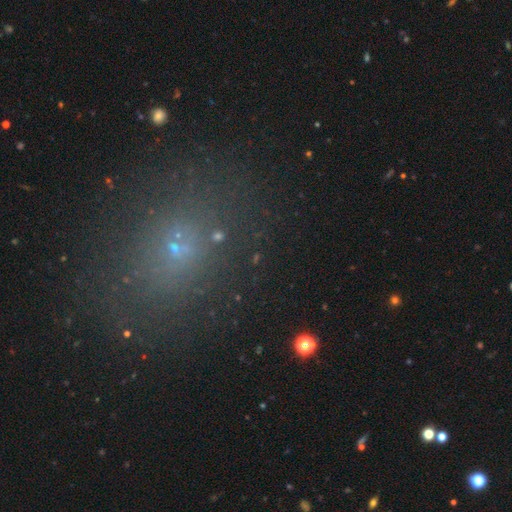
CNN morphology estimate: smooth 48%, star or artifact 38%, featured or disk 14%. Down the decision tree: merging — none (79%).